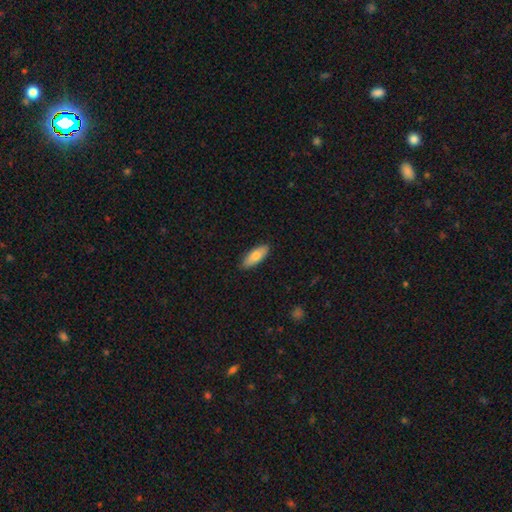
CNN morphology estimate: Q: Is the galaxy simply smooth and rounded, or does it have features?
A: smooth — 77%.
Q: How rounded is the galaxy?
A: in between — 74%.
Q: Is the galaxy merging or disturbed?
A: none — 88%.